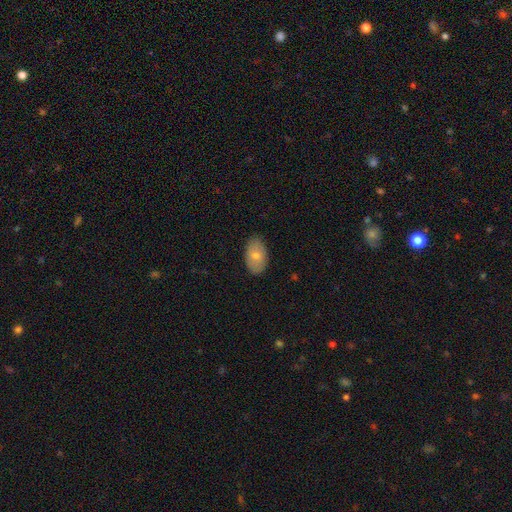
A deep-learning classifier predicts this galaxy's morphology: Smooth or featured?
  - smooth: 73% *
  - featured or disk: 20%
  - star or artifact: 6%
How rounded?
  - in between: 92% *
  - round: 6%
  - cigar-shaped: 1%
Merging?
  - none: 85% *
  - minor disturbance: 12%
  - major disturbance: 2%
  - merger: 1%